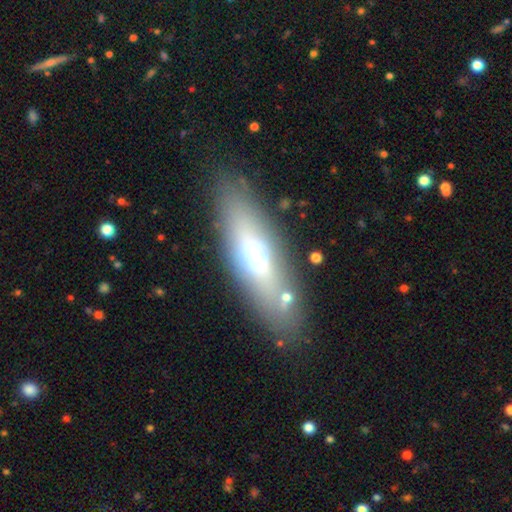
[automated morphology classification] A smooth galaxy with no disk features (48%). Merging: none (83%).